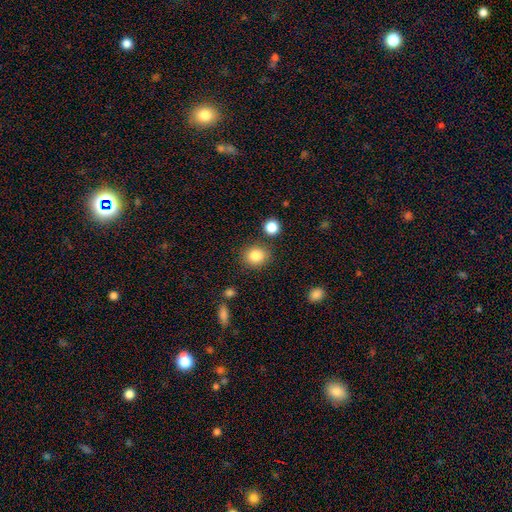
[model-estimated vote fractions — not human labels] A smooth galaxy with no disk features (85%) that is round (70%).

Vote fractions:
- Smooth or featured? smooth: 85% / star or artifact: 10% / featured or disk: 6%
- How rounded? round: 70% / in between: 29% / cigar-shaped: 1%
- Merging? none: 83% / minor disturbance: 9% / merger: 5% / major disturbance: 3%